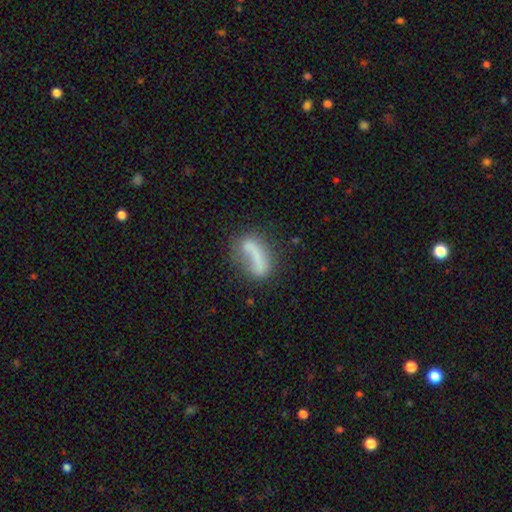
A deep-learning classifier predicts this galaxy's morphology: Smooth or featured?
  - smooth: 58% *
  - featured or disk: 32%
  - star or artifact: 10%
How rounded?
  - in between: 55% *
  - cigar-shaped: 37%
  - round: 8%
Merging?
  - none: 38% *
  - major disturbance: 22%
  - minor disturbance: 21%
  - merger: 19%